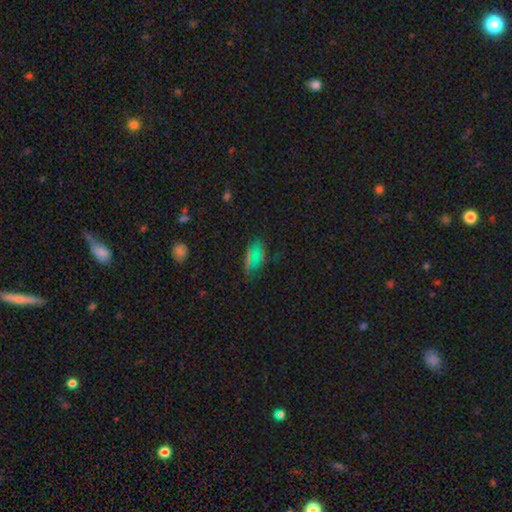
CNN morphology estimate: This is possibly a smooth galaxy (56%). How rounded: clearly in between (85%). Merging: likely none (74%).